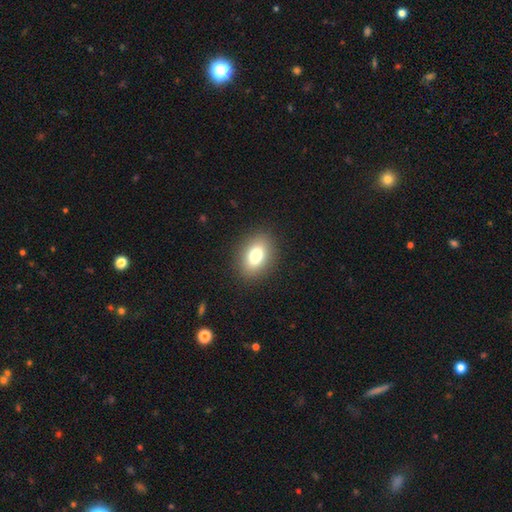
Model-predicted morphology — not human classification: smooth 78%, featured or disk 12%, star or artifact 10%. Down the decision tree: how rounded — in between (78%); merging — none (89%).